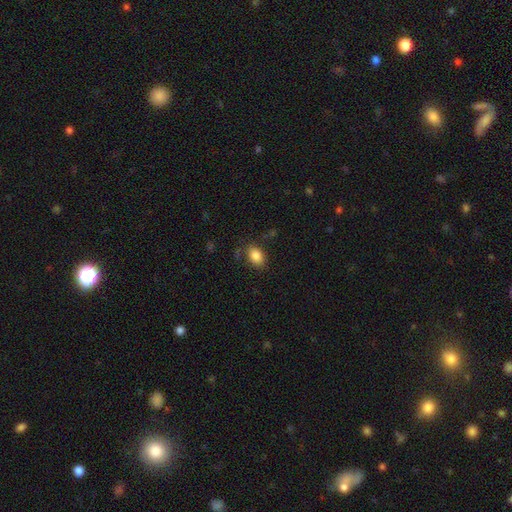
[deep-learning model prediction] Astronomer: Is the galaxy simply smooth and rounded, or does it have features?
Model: smooth — 86%.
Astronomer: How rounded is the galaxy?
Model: in between — 80%.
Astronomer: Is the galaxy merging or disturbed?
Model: none — 78%.